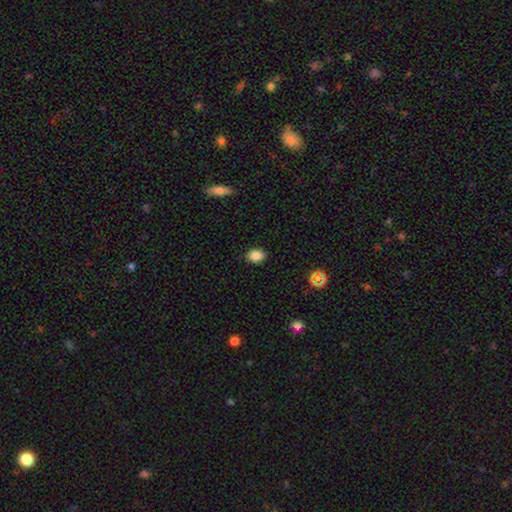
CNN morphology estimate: A smooth galaxy with no disk features (85%) that is in between round and cigar-shaped (68%). Merging: none (88%).